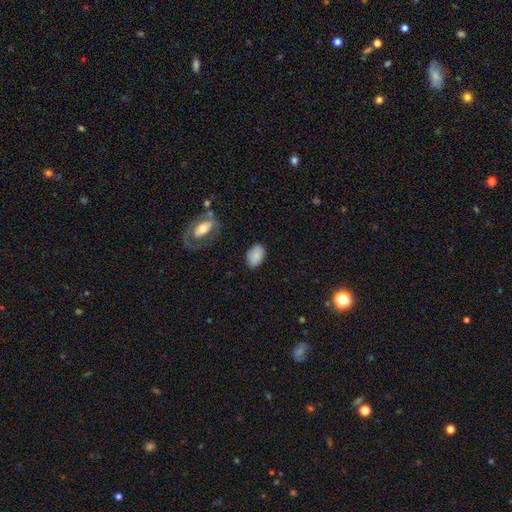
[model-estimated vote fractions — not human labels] A smooth galaxy with no disk features (84%) that is in between round and cigar-shaped (90%). Merging: none (80%).